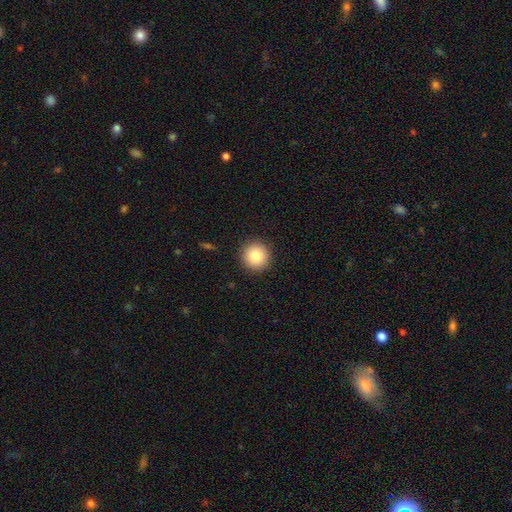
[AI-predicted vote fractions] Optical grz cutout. It shows a smooth galaxy with no disk features (85%) that is round (95%). Merging: none (92%).